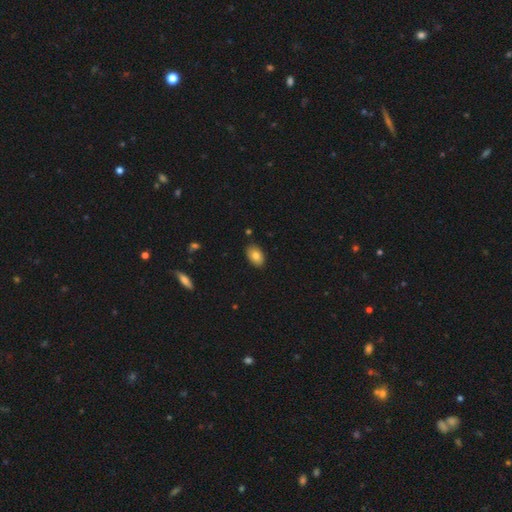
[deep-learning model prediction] This appears to be a smooth galaxy with no disk features (82%) that is in between round and cigar-shaped (89%). Merging: none (85%).